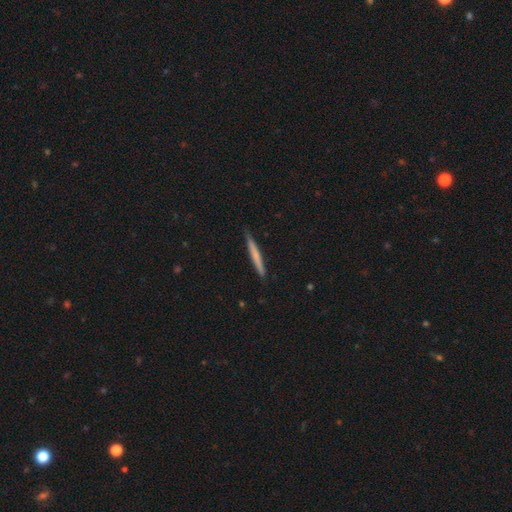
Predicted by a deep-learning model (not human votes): Overall: smooth (60%; featured or disk 35%). How rounded: cigar-shaped (97%). Merging: none (88%).